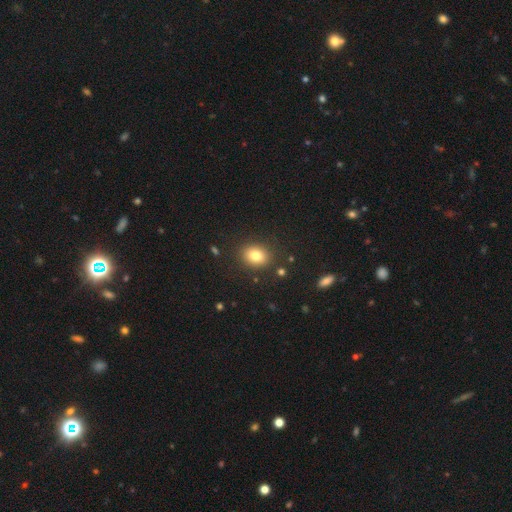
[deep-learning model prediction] smooth_or_featured: smooth (p=0.80) [alt: star or artifact p=0.11]
how_rounded: in between (p=0.52) [alt: round p=0.47]
merging: none (p=0.86) [alt: minor disturbance p=0.09]